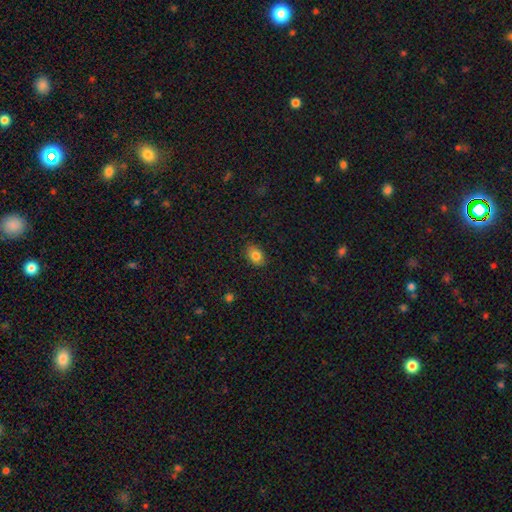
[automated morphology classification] A smooth galaxy with no disk features (84%) that is in between round and cigar-shaped (74%).

Vote fractions:
- Smooth or featured? smooth: 84% / star or artifact: 9% / featured or disk: 7%
- How rounded? in between: 74% / round: 25% / cigar-shaped: 1%
- Merging? none: 87% / minor disturbance: 10% / major disturbance: 2% / merger: 1%